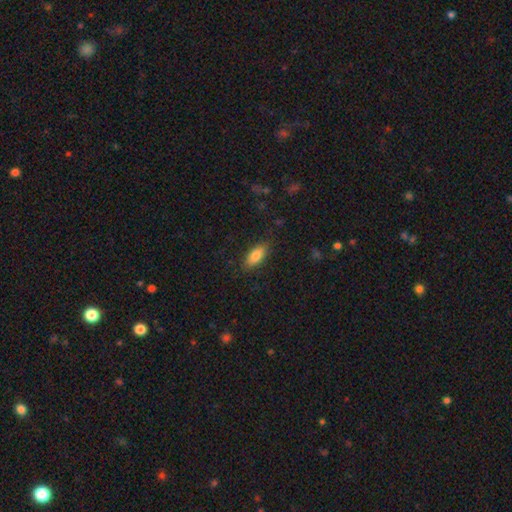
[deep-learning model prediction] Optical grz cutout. It shows a smooth galaxy with no disk features (83%) that is in between round and cigar-shaped (81%). Merging: none (85%).